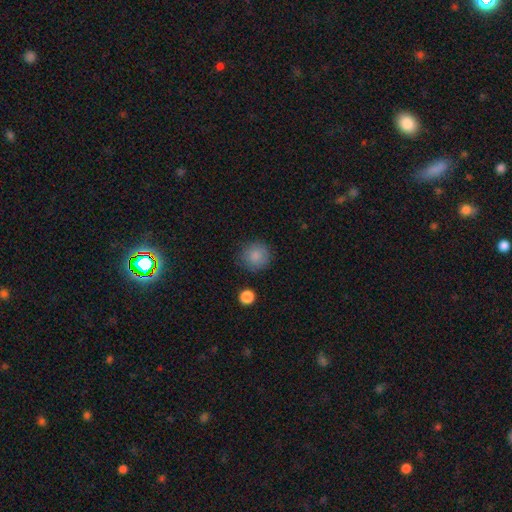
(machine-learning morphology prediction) This is clearly a smooth galaxy (86%). How rounded: clearly round (93%). Merging: clearly none (84%).